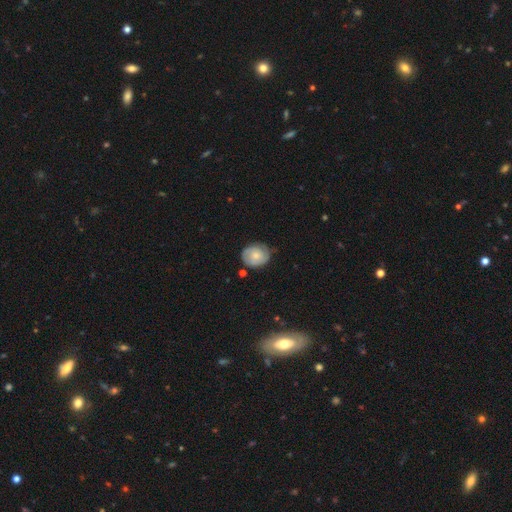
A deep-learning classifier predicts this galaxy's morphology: This appears to be a smooth galaxy with no disk features (54%) that is round (64%). Merging: none (68%).